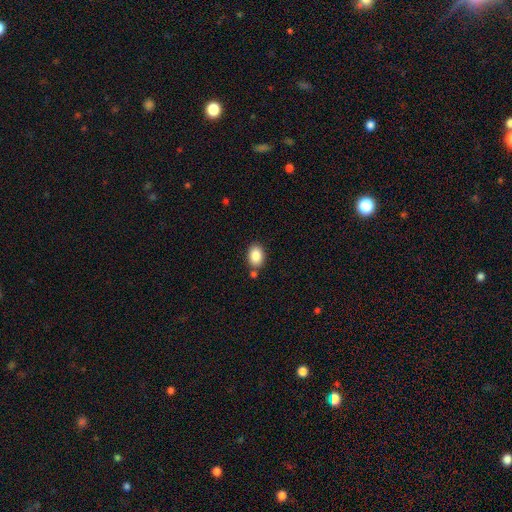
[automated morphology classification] Overall: smooth (87%). How rounded: in between (77%). Merging: none (77%).